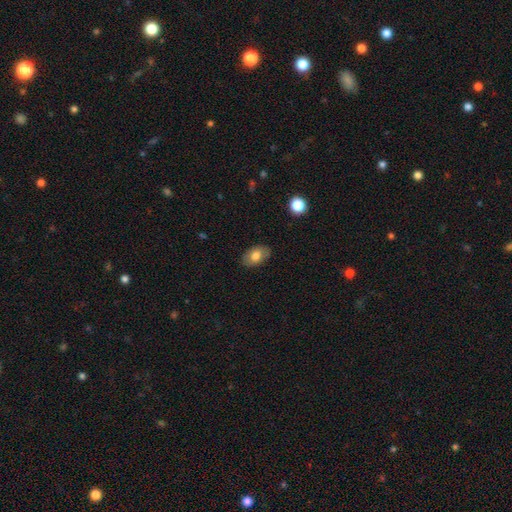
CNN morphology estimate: The model was most divided on "smooth or featured": smooth: 74%, featured or disk: 19%, star or artifact: 7%. More confident: how rounded — in between (90%); merging — none (84%).